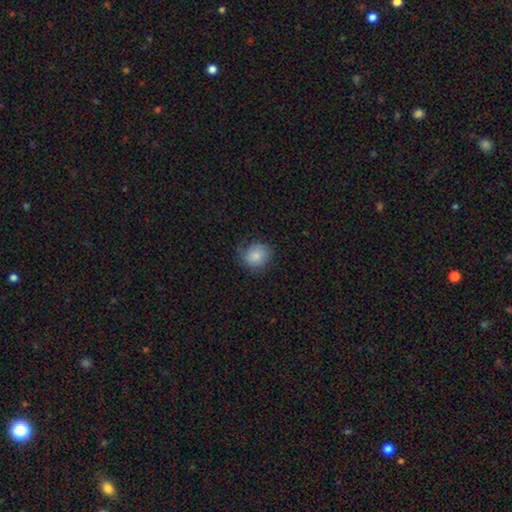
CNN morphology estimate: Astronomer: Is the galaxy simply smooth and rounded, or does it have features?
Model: smooth — 77%.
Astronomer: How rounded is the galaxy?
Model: round — 77%.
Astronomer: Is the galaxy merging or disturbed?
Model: none — 64%.